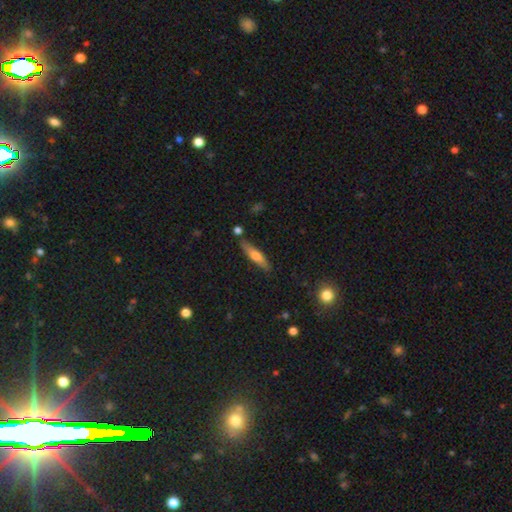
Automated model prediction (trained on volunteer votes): smooth_or_featured: smooth (p=0.56) [alt: featured or disk p=0.38]
how_rounded: cigar-shaped (p=0.81) [alt: in between p=0.17]
merging: none (p=0.82) [alt: minor disturbance p=0.11]